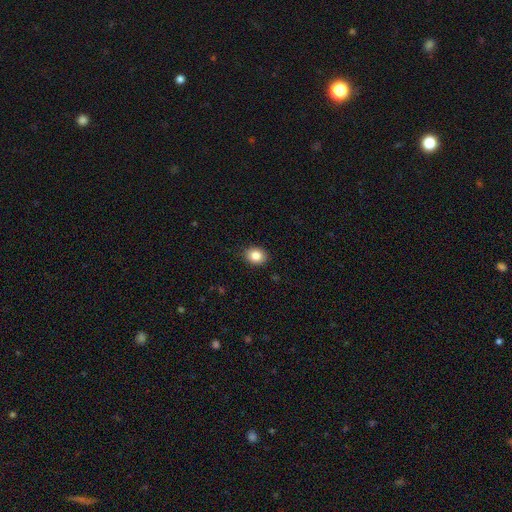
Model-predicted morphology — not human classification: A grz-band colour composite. It shows a smooth galaxy with no disk features (84%) that is round (51%). Merging: none (89%).